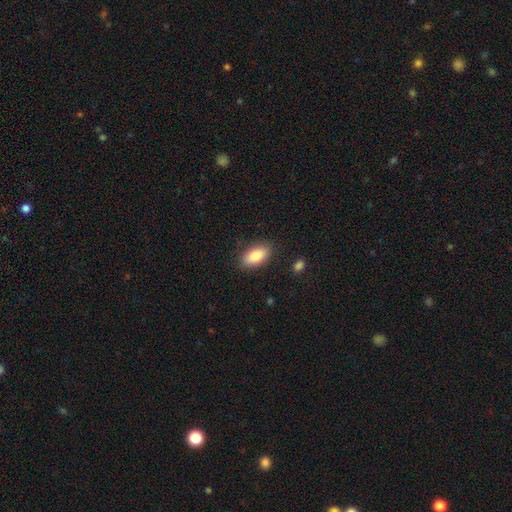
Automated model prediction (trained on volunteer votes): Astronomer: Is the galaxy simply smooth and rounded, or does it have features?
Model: smooth — 84%.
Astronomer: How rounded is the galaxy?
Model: in between — 90%.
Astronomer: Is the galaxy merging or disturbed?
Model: none — 85%.